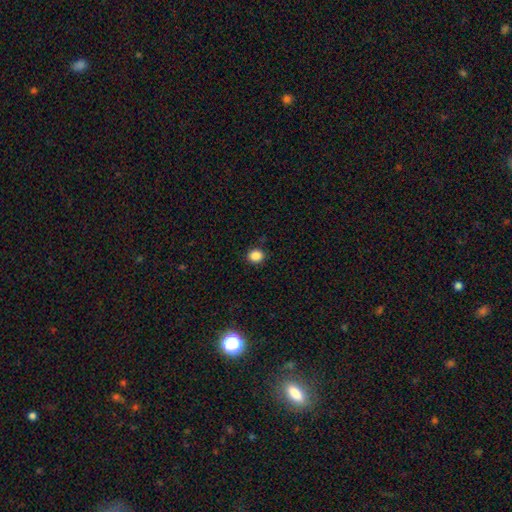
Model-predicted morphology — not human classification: This appears to be a smooth galaxy with no disk features (86%) that is round (78%). Merging: none (89%).